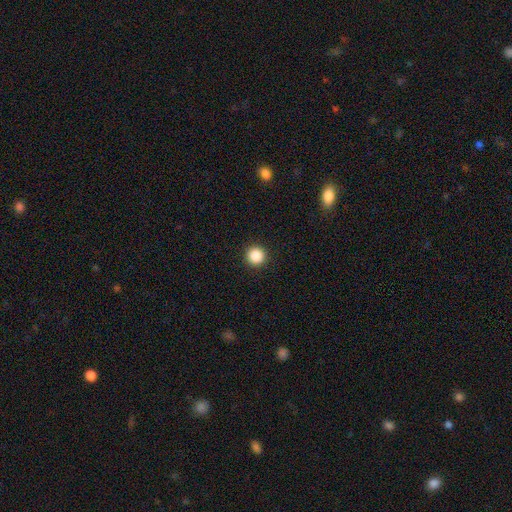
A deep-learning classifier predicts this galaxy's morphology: This is clearly a smooth galaxy (87%). How rounded: clearly round (96%). Merging: clearly none (93%).